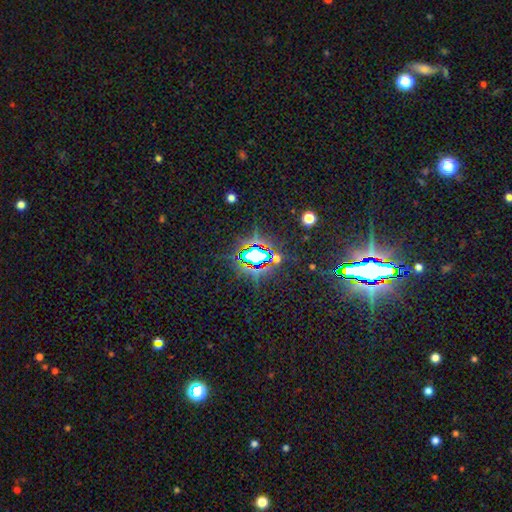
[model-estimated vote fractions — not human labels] Q: Smooth or featured?
A: star or artifact (77%); runner-up: smooth (13%)